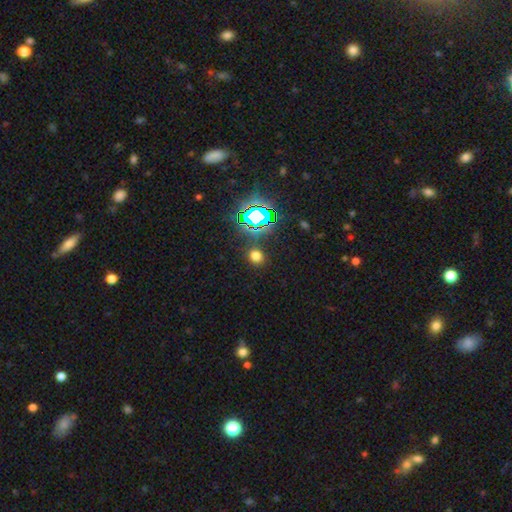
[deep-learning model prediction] This is likely a smooth galaxy (66%). How rounded: likely round (78%). Merging: clearly none (87%).